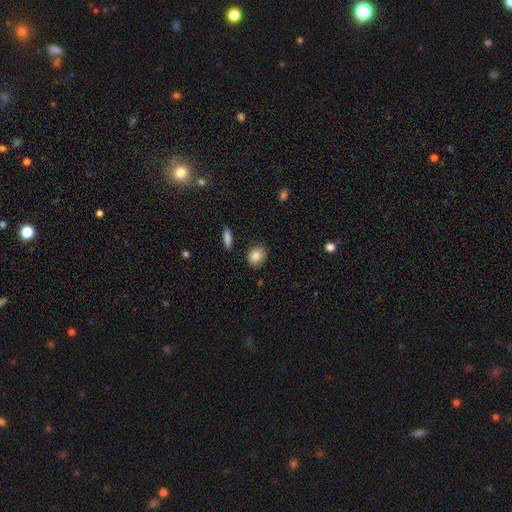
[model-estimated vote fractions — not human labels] This is clearly a smooth galaxy (86%). How rounded: likely round (65%). Merging: clearly none (86%).